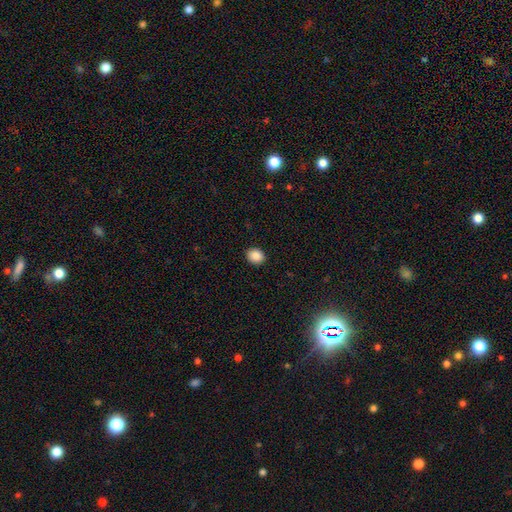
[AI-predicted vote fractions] smooth 88%, star or artifact 9%, featured or disk 3%. Down the decision tree: how rounded — round (53%); merging — none (91%).